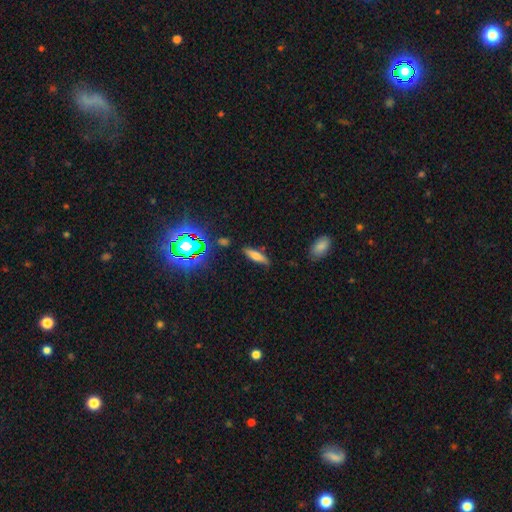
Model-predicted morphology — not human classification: smooth_or_featured: smooth (p=0.65) [alt: featured or disk p=0.20]
how_rounded: cigar-shaped (p=0.61) [alt: in between p=0.36]
merging: none (p=0.83) [alt: minor disturbance p=0.12]